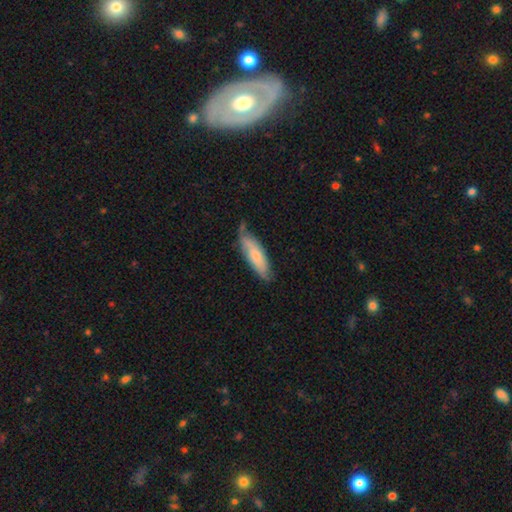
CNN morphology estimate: smooth-or-featured: smooth: 66% | featured or disk: 28% | star or artifact: 6%
  how-rounded: cigar-shaped: 51% | in between: 47% | round: 2%
  merging: none: 61% | minor disturbance: 30% | major disturbance: 6% | merger: 3%